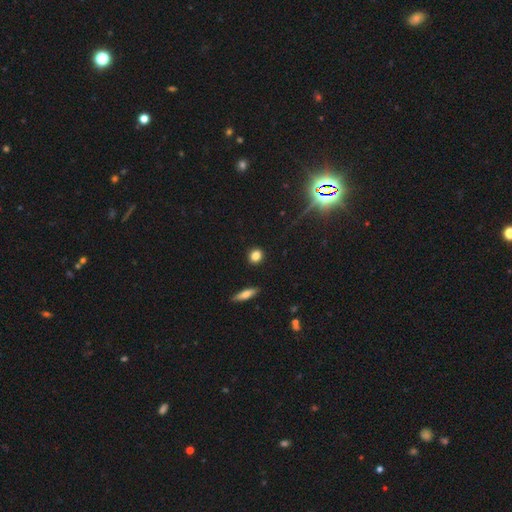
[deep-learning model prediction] smooth-or-featured: smooth: 82% | star or artifact: 11% | featured or disk: 7%
  how-rounded: round: 77% | in between: 21% | cigar-shaped: 3%
  merging: none: 90% | minor disturbance: 6% | major disturbance: 2% | merger: 1%